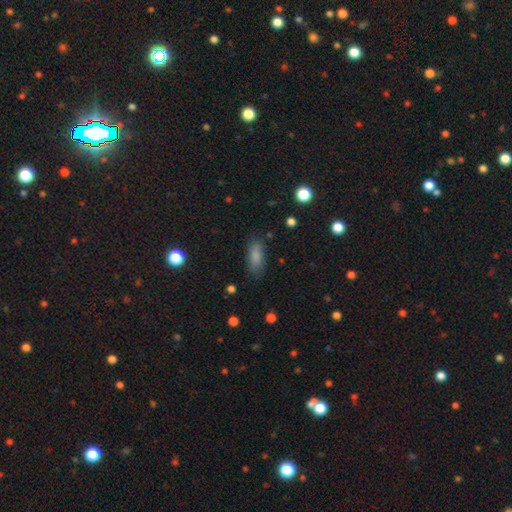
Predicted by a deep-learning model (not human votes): This is clearly a smooth galaxy (81%). How rounded: clearly in between (81%). Merging: likely none (76%).